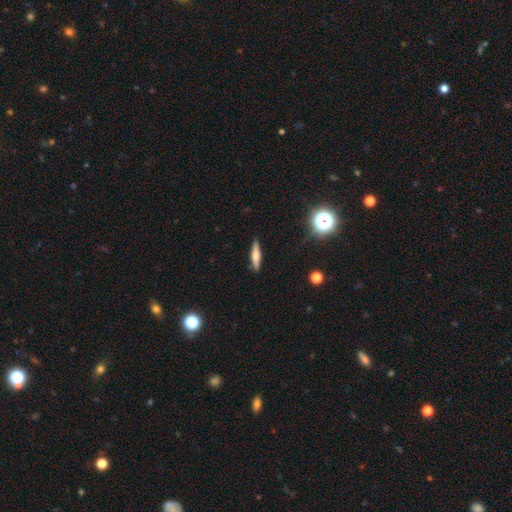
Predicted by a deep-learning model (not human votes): Smooth or featured? Predicted: featured or disk (p=0.47). Merging? Predicted: none (p=0.89).